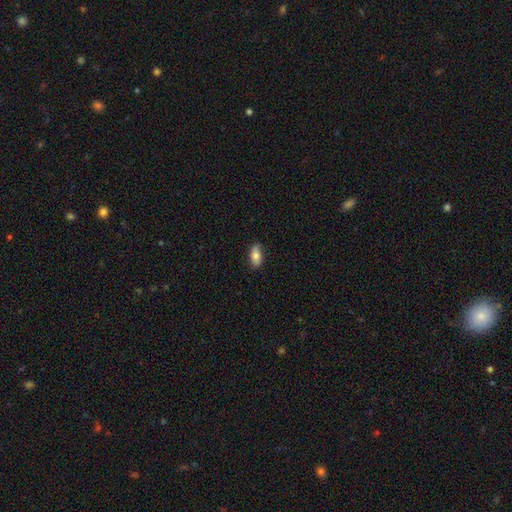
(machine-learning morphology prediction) Smooth or featured?
  - smooth: 76% *
  - featured or disk: 17%
  - star or artifact: 7%
How rounded?
  - in between: 87% *
  - cigar-shaped: 10%
  - round: 3%
Merging?
  - none: 83% *
  - minor disturbance: 14%
  - major disturbance: 2%
  - merger: 1%